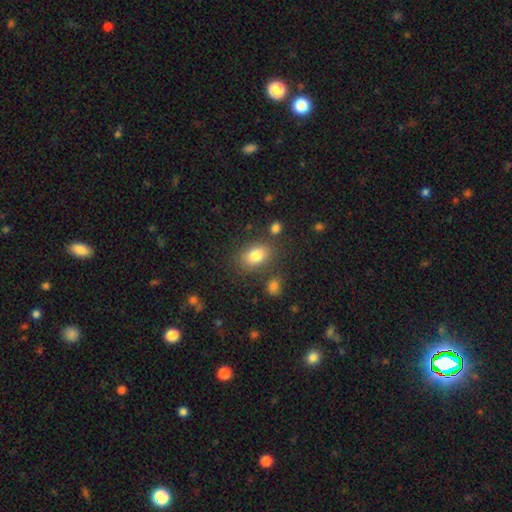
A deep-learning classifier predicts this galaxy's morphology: smooth 82%, featured or disk 9%, star or artifact 9%. Down the decision tree: how rounded — in between (81%); merging — none (76%).